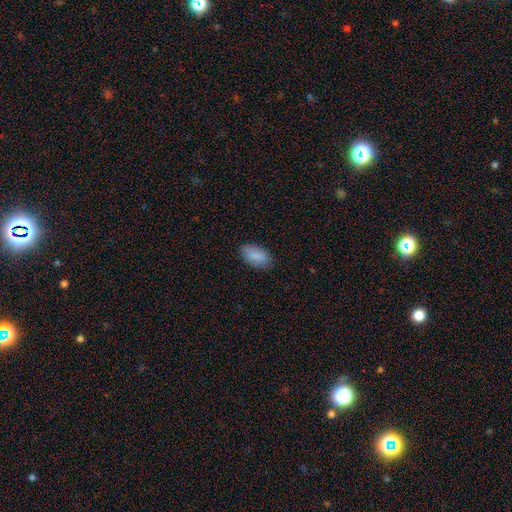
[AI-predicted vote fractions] A smooth galaxy with no disk features (88%) that is in between round and cigar-shaped (94%). Merging: none (82%).